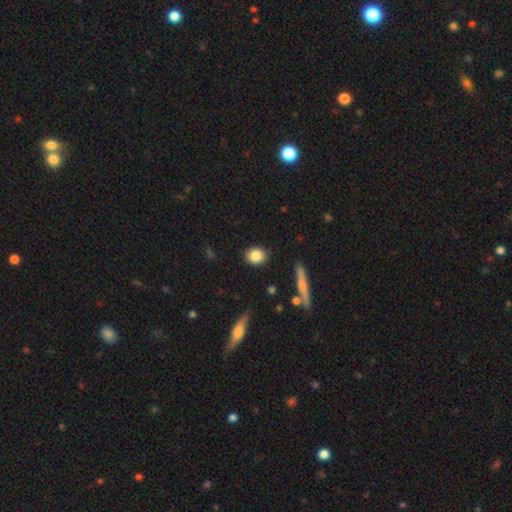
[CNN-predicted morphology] smooth_or_featured: smooth (p=0.85) [alt: star or artifact p=0.08]
how_rounded: round (p=0.63) [alt: in between p=0.35]
merging: none (p=0.88) [alt: minor disturbance p=0.08]